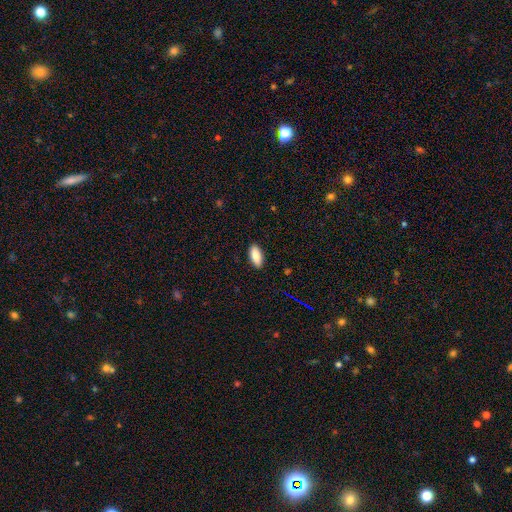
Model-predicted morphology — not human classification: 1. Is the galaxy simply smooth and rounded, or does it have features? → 87% smooth, 7% star or artifact, 7% featured or disk.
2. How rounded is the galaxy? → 86% in between, 12% cigar-shaped, 2% round.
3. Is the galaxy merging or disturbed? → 89% none, 8% minor disturbance, 2% major disturbance, 1% merger.